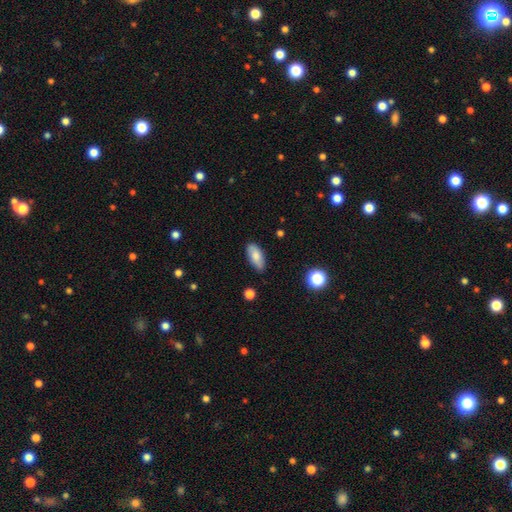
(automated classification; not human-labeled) The model was most divided on "smooth or featured": smooth: 75%, featured or disk: 18%, star or artifact: 7%. More confident: how rounded — in between (89%); merging — none (79%).